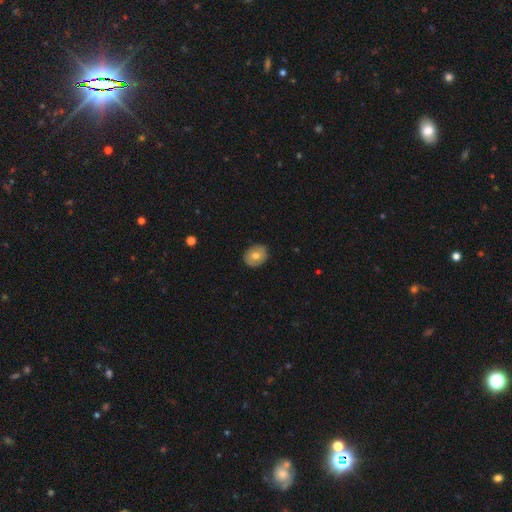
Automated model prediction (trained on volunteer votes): smooth_or_featured: smooth (p=0.66) [alt: featured or disk p=0.27]
how_rounded: round (p=0.62) [alt: in between p=0.37]
merging: none (p=0.88) [alt: minor disturbance p=0.09]